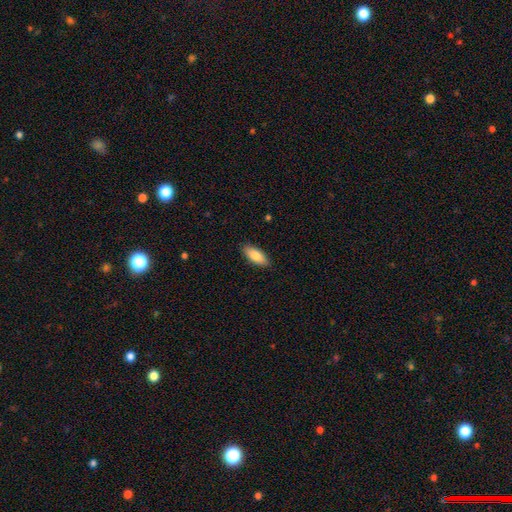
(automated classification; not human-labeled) Smooth or featured?
  - smooth: 84% *
  - featured or disk: 10%
  - star or artifact: 6%
How rounded?
  - in between: 82% *
  - cigar-shaped: 16%
  - round: 2%
Merging?
  - none: 88% *
  - minor disturbance: 9%
  - major disturbance: 2%
  - merger: 1%